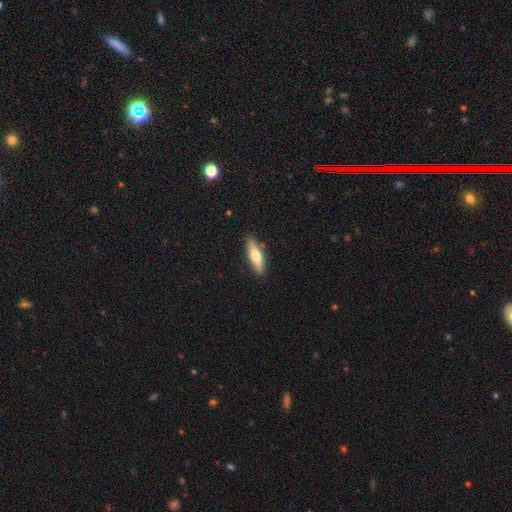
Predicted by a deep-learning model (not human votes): Smooth or featured? smooth (57%)
How rounded? cigar-shaped (58%)
Merging? none (84%)